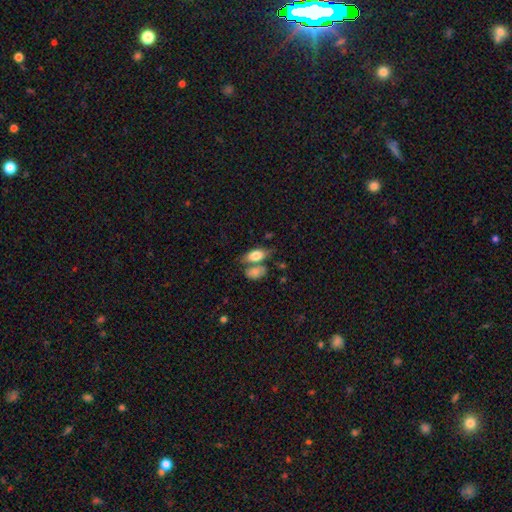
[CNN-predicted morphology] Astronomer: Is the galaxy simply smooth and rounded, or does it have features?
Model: smooth — 77%.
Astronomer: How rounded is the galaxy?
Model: in between — 88%.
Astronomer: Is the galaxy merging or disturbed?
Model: none — 45% (runner-up: merger, 33%).